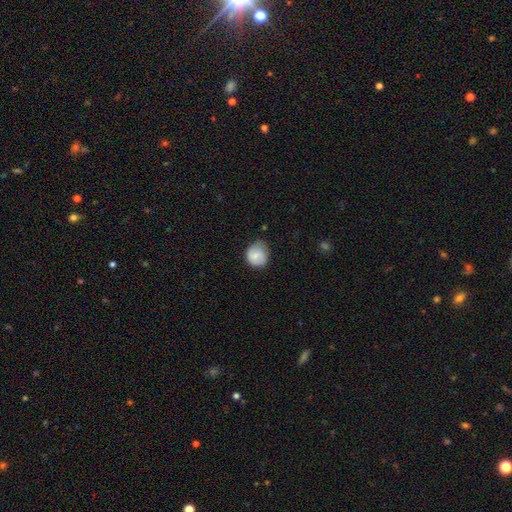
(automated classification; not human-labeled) Morphology: type=smooth (80%); roundness=round (78%); merging=none (54%).